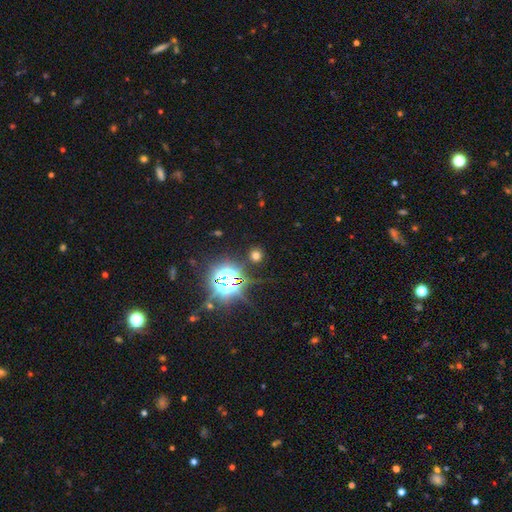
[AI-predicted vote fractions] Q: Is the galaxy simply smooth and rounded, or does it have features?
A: smooth — 53%.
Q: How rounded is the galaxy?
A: round — 86%.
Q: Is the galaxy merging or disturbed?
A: none — 86%.